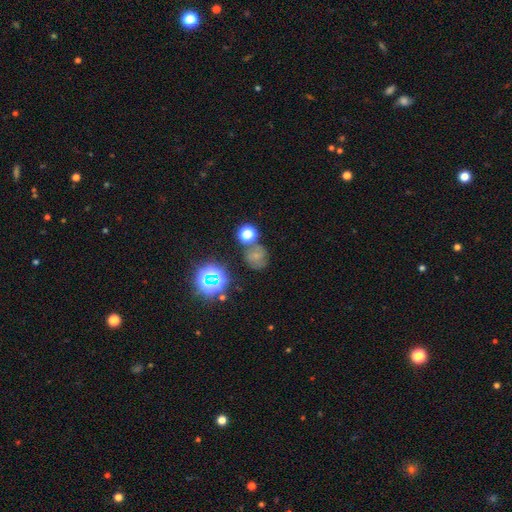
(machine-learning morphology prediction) Smooth or featured: smooth — 51% (star or artifact — 28%)
How rounded: round — 78% (in between — 21%)
Merging: none — 58% (merger — 18%)